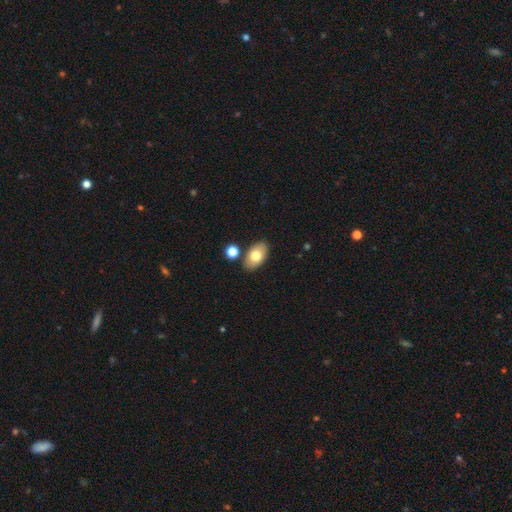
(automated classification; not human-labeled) The model was most divided on "smooth or featured": smooth: 77%, featured or disk: 16%, star or artifact: 7%. More confident: how rounded — in between (92%); merging — none (81%).